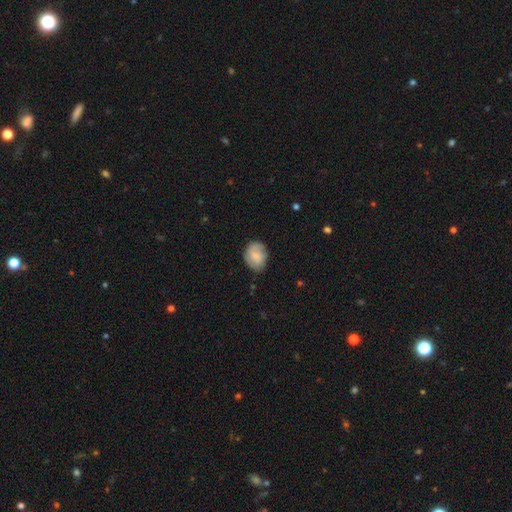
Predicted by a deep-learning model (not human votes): A smooth galaxy with no disk features (71%) that is round (50%).

Vote fractions:
- Smooth or featured? smooth: 71% / featured or disk: 22% / star or artifact: 7%
- How rounded? round: 50% / in between: 49% / cigar-shaped: 1%
- Merging? none: 74% / minor disturbance: 20% / major disturbance: 4% / merger: 1%